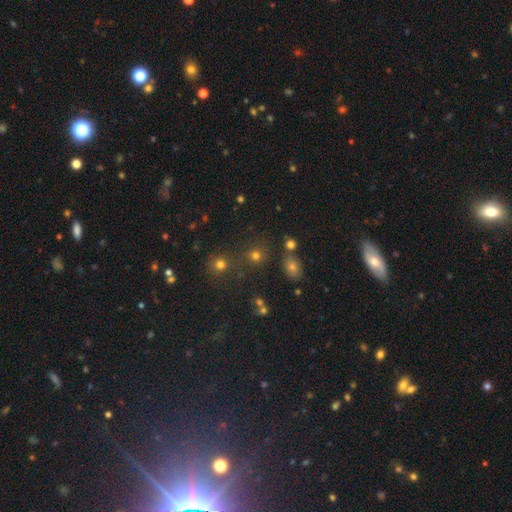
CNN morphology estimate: Smooth or featured?
  - smooth: 71% *
  - star or artifact: 22%
  - featured or disk: 7%
How rounded?
  - round: 86% *
  - in between: 13%
  - cigar-shaped: 1%
Merging?
  - none: 70% *
  - merger: 15%
  - minor disturbance: 10%
  - major disturbance: 5%